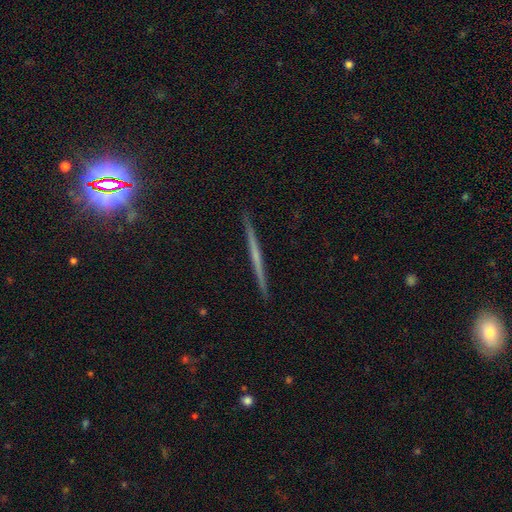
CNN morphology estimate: A featured or disk galaxy (62%) viewed edge-on (98%) with no central bulge (81%).

Vote fractions:
- Smooth or featured? featured or disk: 62% / smooth: 28% / star or artifact: 10%
- Edge-on disk? yes: 98% / no: 2%
- Edge-on bulge? none: 81% / rounded: 14% / boxy: 5%
- Merging? none: 92% / minor disturbance: 5% / major disturbance: 1% / merger: 1%